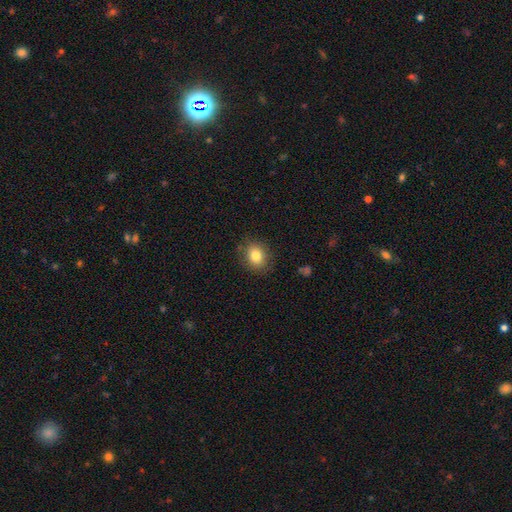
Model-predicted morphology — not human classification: Smooth or featured: smooth — 82% (star or artifact — 10%)
How rounded: round — 63% (in between — 36%)
Merging: none — 85% (minor disturbance — 10%)